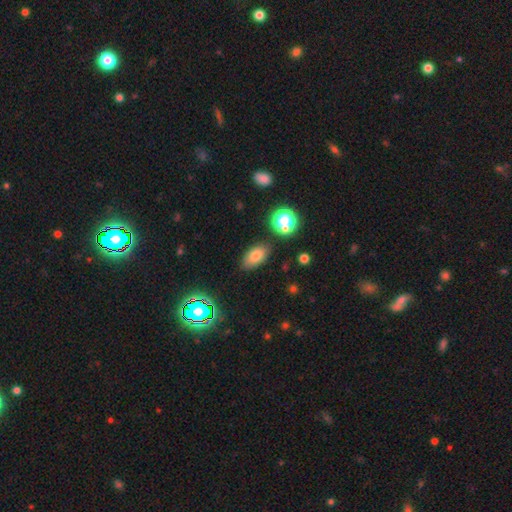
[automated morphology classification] This is likely a smooth galaxy (76%). How rounded: clearly in between (90%). Merging: clearly none (80%).